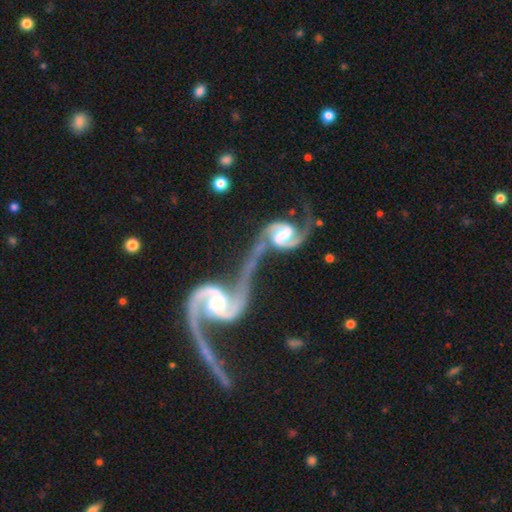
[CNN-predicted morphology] Smooth or featured? featured or disk (87%)
Edge-on disk? no (95%)
Bar? no (45%)
Spiral arms? yes (95%)
Spiral winding? loose (57%)
Spiral arm count? 2 (88%)
Bulge size? moderate (46%)
Merging? merger (60%)